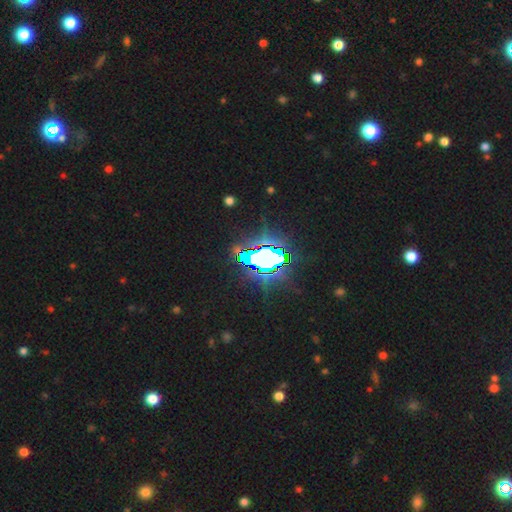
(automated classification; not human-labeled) The model was most divided on "smooth or featured": star or artifact: 79%, smooth: 11%, featured or disk: 10%.